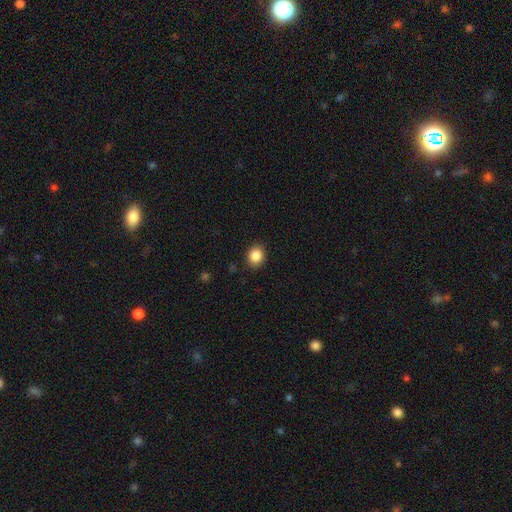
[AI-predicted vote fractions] A smooth galaxy with no disk features (86%) that is round (69%). Merging: none (88%).